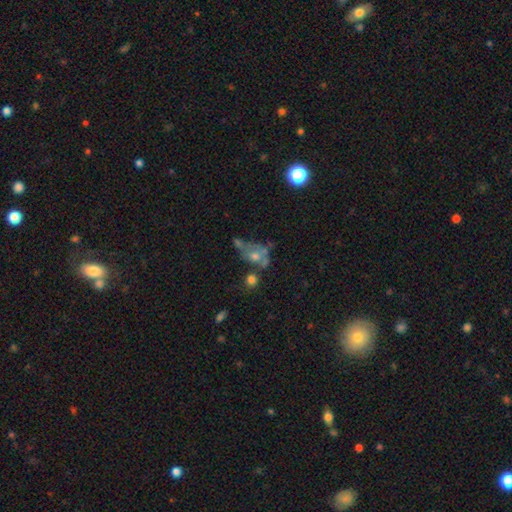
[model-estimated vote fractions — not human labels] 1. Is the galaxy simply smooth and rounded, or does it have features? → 43% featured or disk, 36% smooth, 20% star or artifact.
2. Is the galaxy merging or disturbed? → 31% none, 30% merger, 21% major disturbance, 18% minor disturbance.